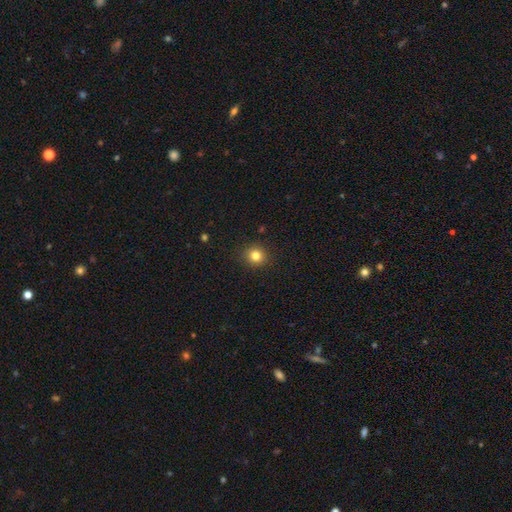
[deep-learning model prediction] Smooth or featured? Predicted: smooth (p=0.82). How rounded? Predicted: round (p=0.89). Merging? Predicted: none (p=0.91).